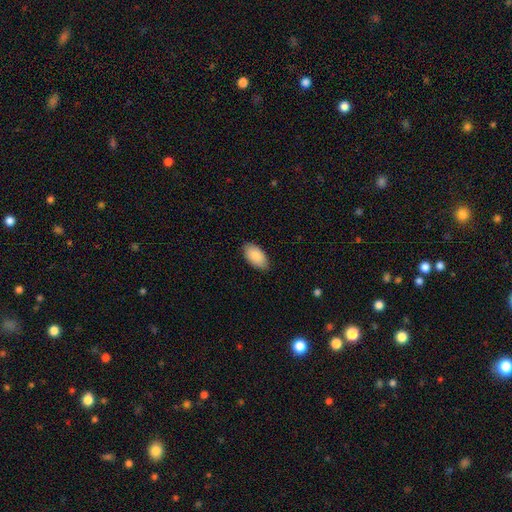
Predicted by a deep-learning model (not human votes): This is clearly a smooth galaxy (87%). How rounded: clearly in between (95%). Merging: clearly none (85%).